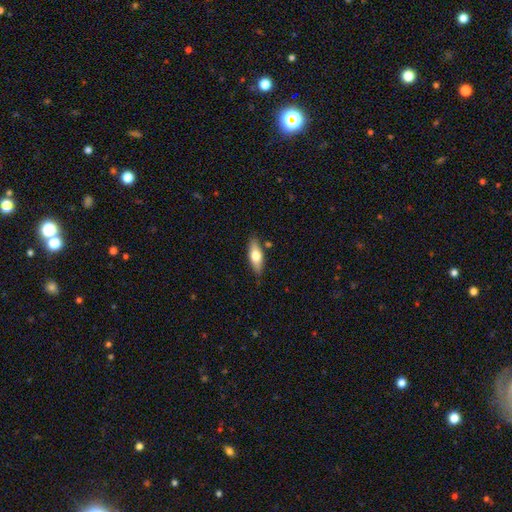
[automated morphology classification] smooth 64%, featured or disk 30%, star or artifact 6%. Down the decision tree: how rounded — in between (65%); merging — none (83%).